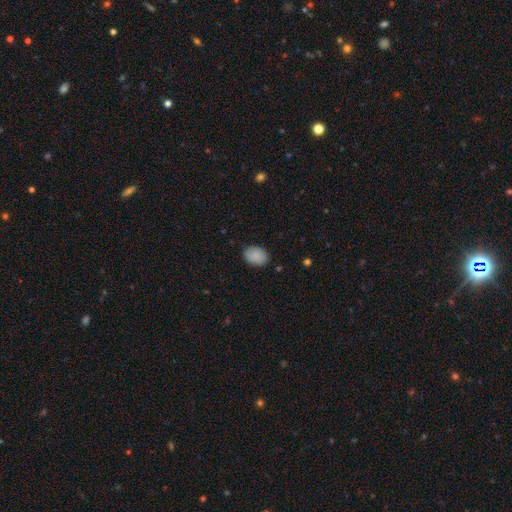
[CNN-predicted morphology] smooth_or_featured: smooth (p=0.89) [alt: star or artifact p=0.07]
how_rounded: in between (p=0.71) [alt: round p=0.28]
merging: none (p=0.84) [alt: minor disturbance p=0.12]